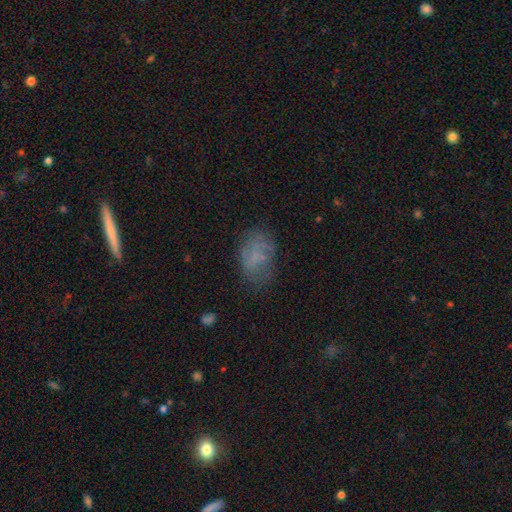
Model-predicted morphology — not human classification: Smooth or featured? smooth (62%)
How rounded? in between (86%)
Merging? none (58%)